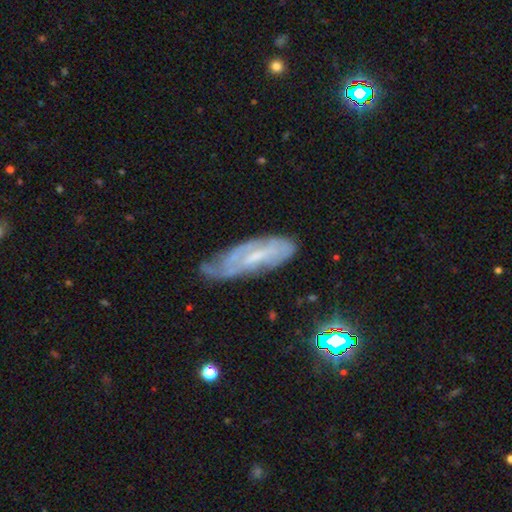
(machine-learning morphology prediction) Q: Smooth or featured?
A: featured or disk (65%); runner-up: smooth (25%)
Q: Edge-on disk?
A: no (78%); runner-up: yes (22%)
Q: Bar?
A: weak (44%); runner-up: no (37%)
Q: Spiral arms?
A: yes (78%); runner-up: no (22%)
Q: Bulge size?
A: small (53%); runner-up: moderate (24%)
Q: Merging?
A: none (51%); runner-up: minor disturbance (33%)